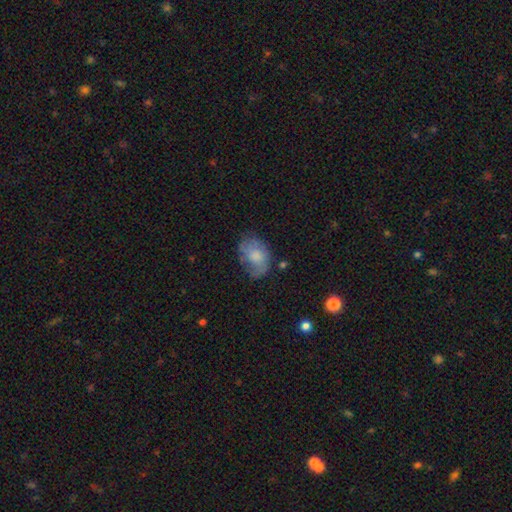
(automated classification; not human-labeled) smooth-or-featured: smooth: 62% | featured or disk: 30% | star or artifact: 8%
  how-rounded: in between: 76% | round: 22% | cigar-shaped: 1%
  merging: none: 53% | minor disturbance: 29% | major disturbance: 15% | merger: 3%